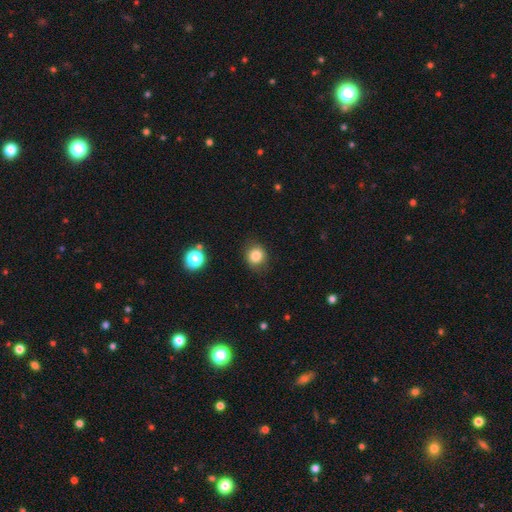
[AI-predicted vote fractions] A smooth galaxy with no disk features (83%) that is round (77%).

Vote fractions:
- Smooth or featured? smooth: 83% / star or artifact: 11% / featured or disk: 6%
- How rounded? round: 77% / in between: 22% / cigar-shaped: 1%
- Merging? none: 81% / minor disturbance: 14% / major disturbance: 4% / merger: 2%